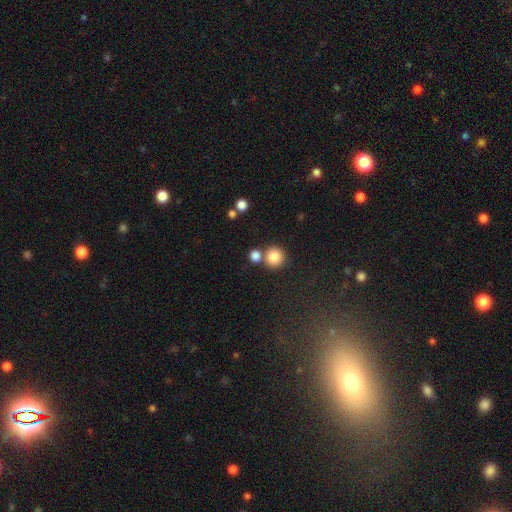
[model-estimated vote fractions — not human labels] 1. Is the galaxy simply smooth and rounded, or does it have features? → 82% smooth, 11% star or artifact, 7% featured or disk.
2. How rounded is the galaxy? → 87% round, 12% in between, 1% cigar-shaped.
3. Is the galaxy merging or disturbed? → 62% none, 27% merger, 7% minor disturbance, 3% major disturbance.